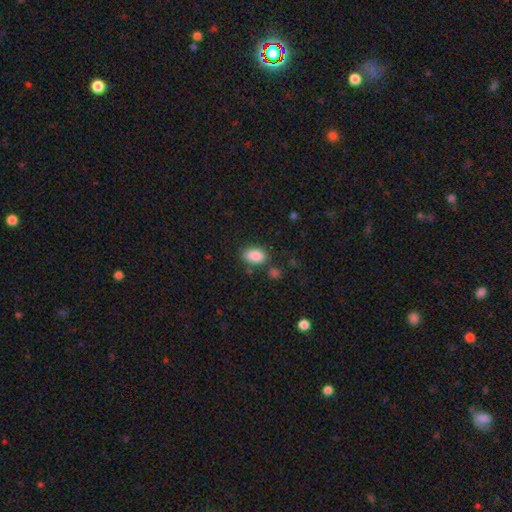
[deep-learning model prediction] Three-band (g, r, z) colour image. It shows a smooth galaxy with no disk features (88%) that is in between round and cigar-shaped (90%). Merging: none (77%).